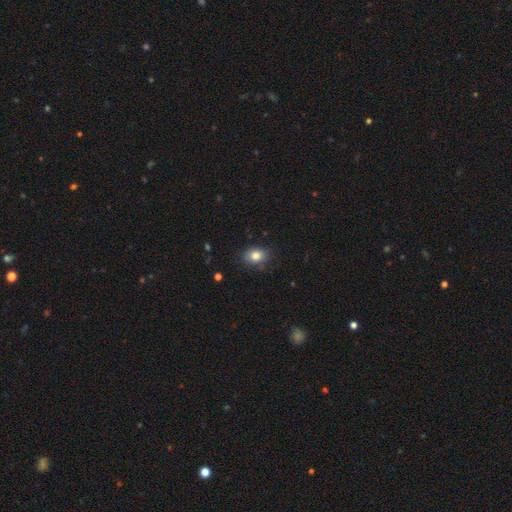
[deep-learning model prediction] The model was most divided on "how rounded": in between: 69%, round: 30%, cigar-shaped: 1%. More confident: smooth or featured — smooth (83%); merging — none (82%).